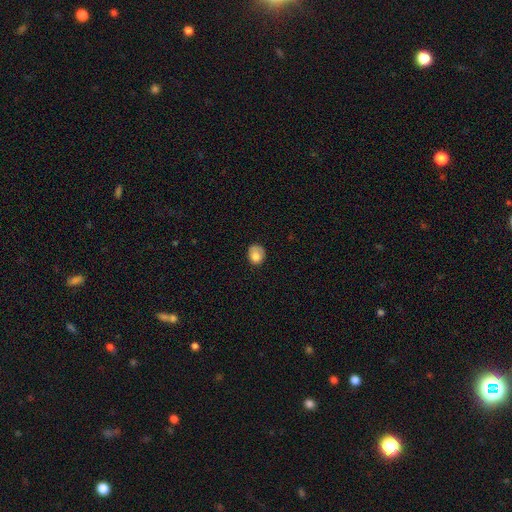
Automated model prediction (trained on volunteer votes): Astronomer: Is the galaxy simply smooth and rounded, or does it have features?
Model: smooth — 80%.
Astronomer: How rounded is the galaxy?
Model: round — 67%.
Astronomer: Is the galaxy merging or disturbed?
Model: none — 63%.